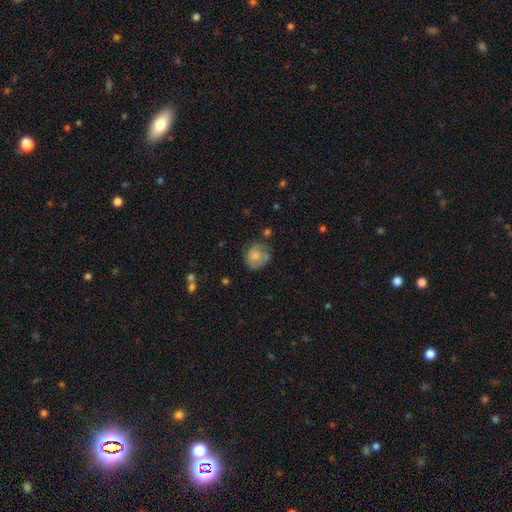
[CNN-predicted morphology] A smooth galaxy with no disk features (69%) that is round (75%). Merging: none (56%).